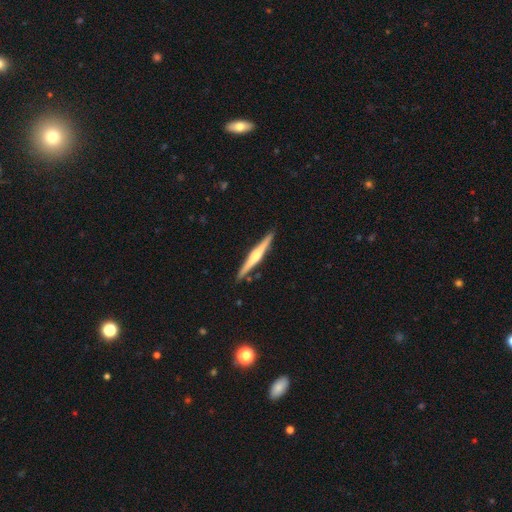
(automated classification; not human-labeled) This appears to be a featured or disk galaxy (69%) viewed edge-on (98%) with a rounded central bulge (81%). Merging: none (90%).